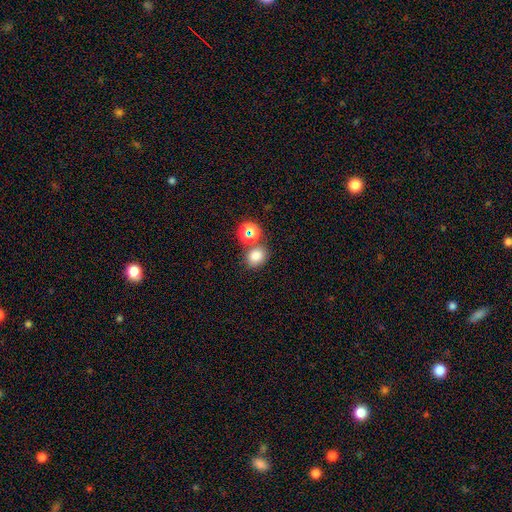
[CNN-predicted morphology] A smooth galaxy with no disk features (77%) that is round (62%).

Vote fractions:
- Smooth or featured? smooth: 77% / star or artifact: 17% / featured or disk: 7%
- How rounded? round: 62% / in between: 37% / cigar-shaped: 1%
- Merging? none: 67% / merger: 18% / minor disturbance: 10% / major disturbance: 4%